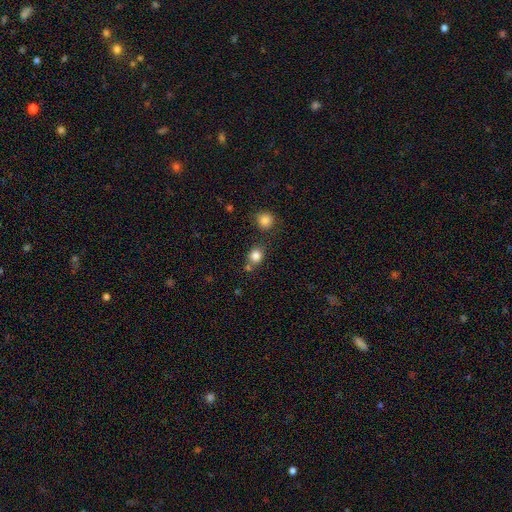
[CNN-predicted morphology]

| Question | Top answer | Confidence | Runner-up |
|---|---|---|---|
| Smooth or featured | smooth | 82% | star or artifact (12%) |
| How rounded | round | 72% | in between (27%) |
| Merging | none | 67% | merger (16%) |